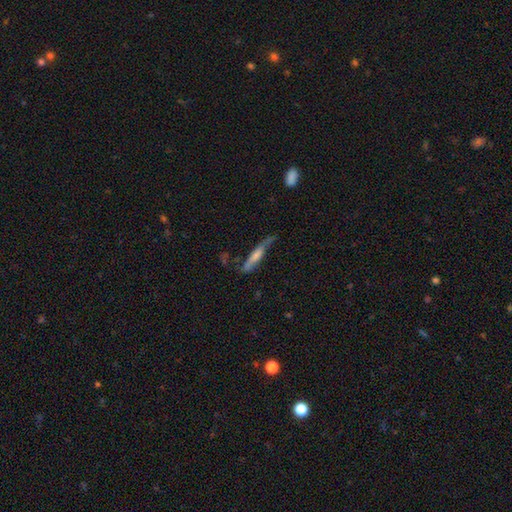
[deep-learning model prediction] Q: Smooth or featured?
A: featured or disk (55%); runner-up: smooth (38%)
Q: Edge-on disk?
A: yes (83%); runner-up: no (17%)
Q: Merging?
A: none (58%); runner-up: minor disturbance (26%)